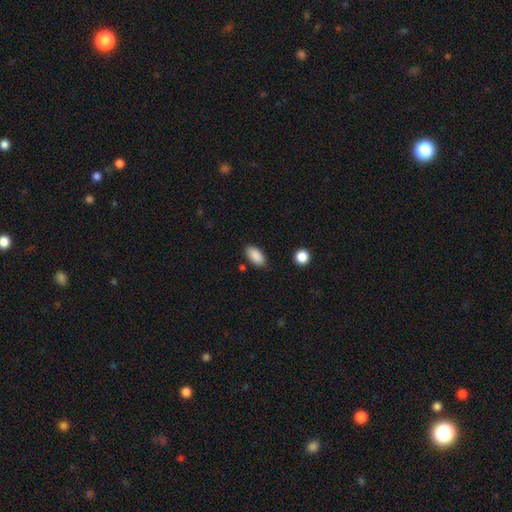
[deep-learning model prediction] Q: Smooth or featured?
A: smooth (89%); runner-up: star or artifact (7%)
Q: How rounded?
A: in between (92%); runner-up: cigar-shaped (4%)
Q: Merging?
A: none (83%); runner-up: minor disturbance (12%)